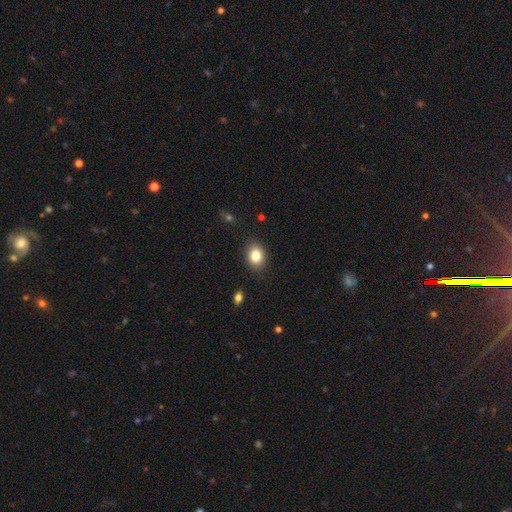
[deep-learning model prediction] Overall: smooth (83%). How rounded: in between (60%; round 39%). Merging: none (88%).